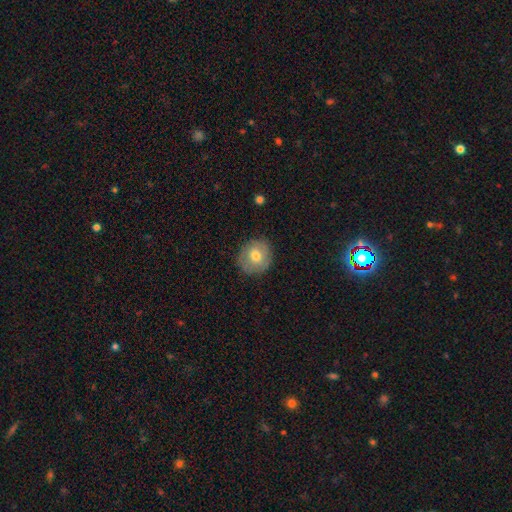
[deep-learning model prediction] smooth_or_featured: smooth (p=0.67) [alt: featured or disk p=0.26]
how_rounded: round (p=0.84) [alt: in between p=0.15]
merging: none (p=0.84) [alt: minor disturbance p=0.12]